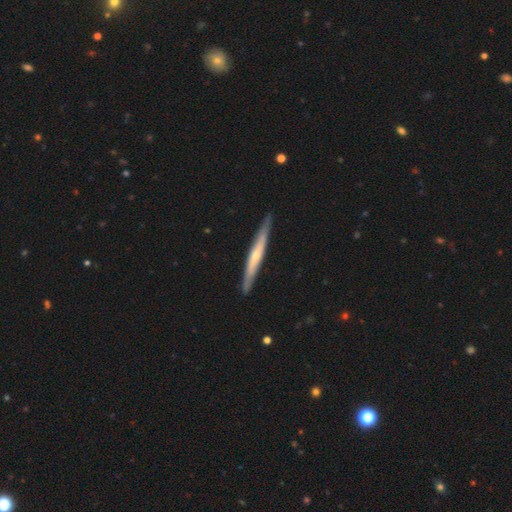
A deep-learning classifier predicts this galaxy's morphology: smooth-or-featured: featured or disk: 63% | smooth: 32% | star or artifact: 5%
  disk-edge-on: yes: 94% | no: 6%
    edge-on-bulge: rounded: 56% | none: 38% | boxy: 6%
  merging: none: 88% | minor disturbance: 9% | major disturbance: 1% | merger: 1%